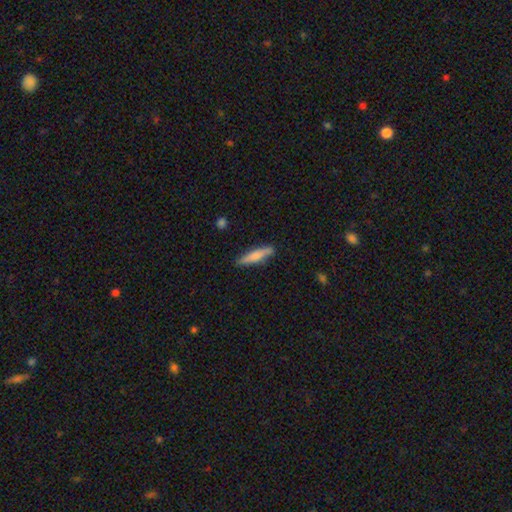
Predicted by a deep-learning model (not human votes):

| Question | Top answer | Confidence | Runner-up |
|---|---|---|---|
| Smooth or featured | smooth | 70% | featured or disk (24%) |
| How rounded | cigar-shaped | 85% | in between (14%) |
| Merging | none | 85% | minor disturbance (11%) |